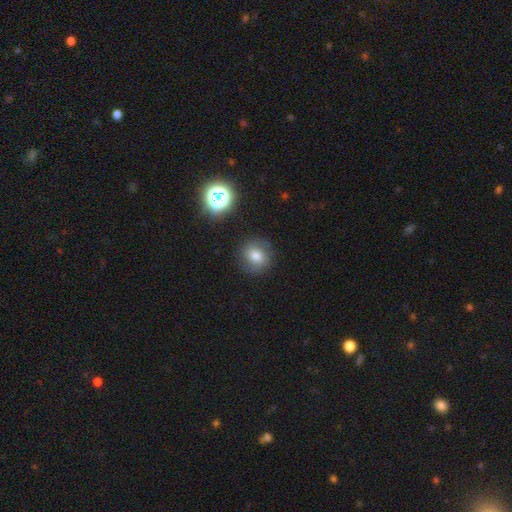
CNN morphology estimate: Overall: smooth (71%). How rounded: round (84%). Merging: none (83%).